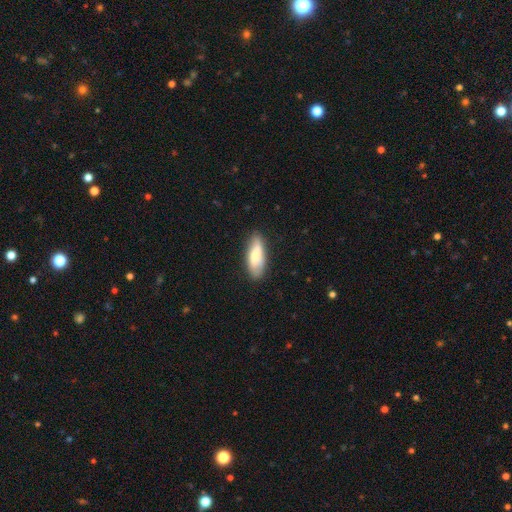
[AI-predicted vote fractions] Smooth or featured: smooth — 70% (featured or disk — 24%)
How rounded: in between — 68% (cigar-shaped — 30%)
Merging: none — 83% (minor disturbance — 13%)